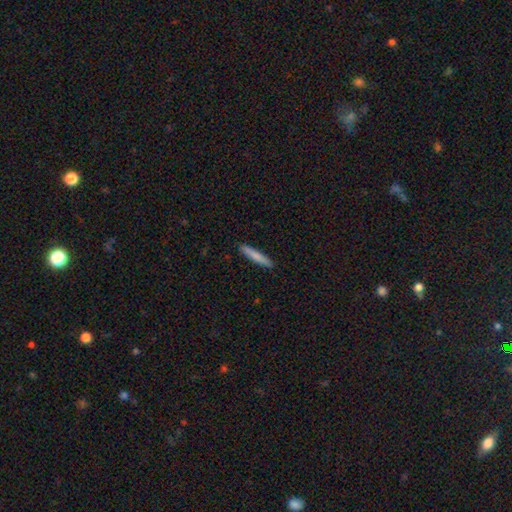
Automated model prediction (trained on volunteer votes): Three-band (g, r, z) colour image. It shows a smooth galaxy with no disk features (79%) that is cigar-shaped (93%). Merging: none (91%).